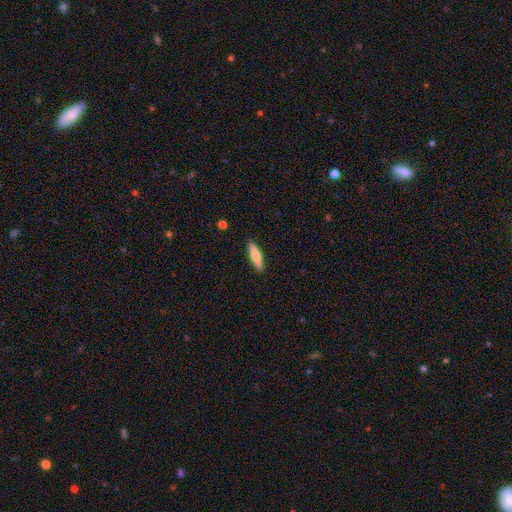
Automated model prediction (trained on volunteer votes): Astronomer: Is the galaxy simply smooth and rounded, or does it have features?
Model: smooth — 67%.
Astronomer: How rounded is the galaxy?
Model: cigar-shaped — 72%.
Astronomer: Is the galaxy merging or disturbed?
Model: none — 90%.